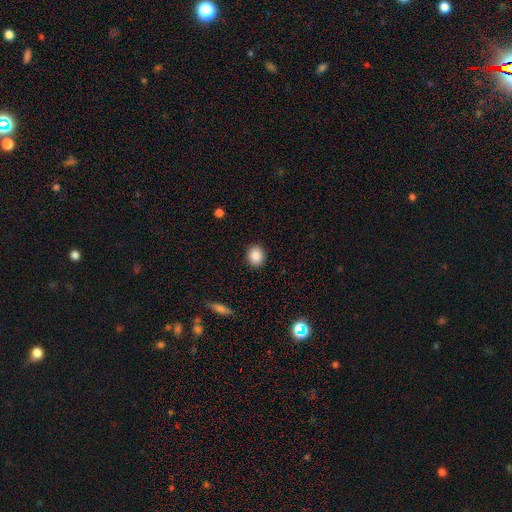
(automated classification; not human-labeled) This is clearly a smooth galaxy (87%). How rounded: likely round (68%). Merging: clearly none (91%).